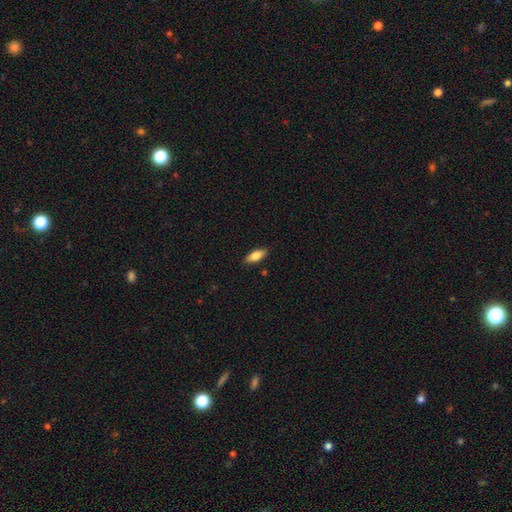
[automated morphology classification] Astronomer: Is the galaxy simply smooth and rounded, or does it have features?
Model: smooth — 81%.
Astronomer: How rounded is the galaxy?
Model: in between — 77%.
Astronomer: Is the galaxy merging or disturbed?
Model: none — 87%.